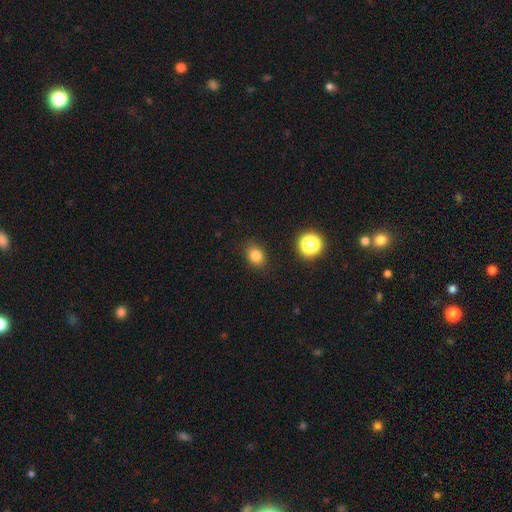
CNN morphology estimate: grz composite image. It shows a smooth galaxy with no disk features (81%) that is in between round and cigar-shaped (51%). Merging: none (86%).